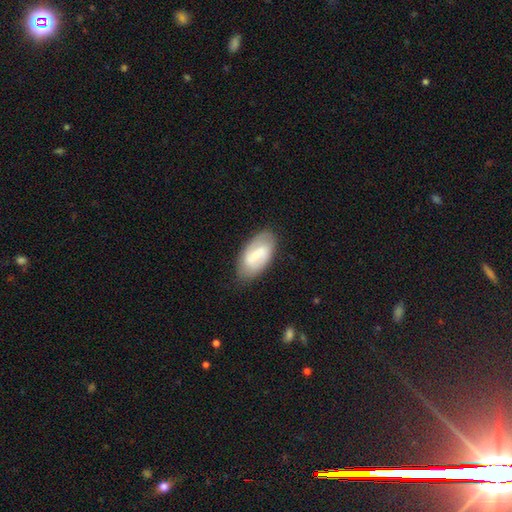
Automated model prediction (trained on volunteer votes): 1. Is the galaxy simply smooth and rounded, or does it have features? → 51% featured or disk, 43% smooth, 6% star or artifact.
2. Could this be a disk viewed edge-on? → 93% no, 7% yes.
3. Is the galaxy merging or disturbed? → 77% none, 17% minor disturbance, 4% major disturbance, 2% merger.